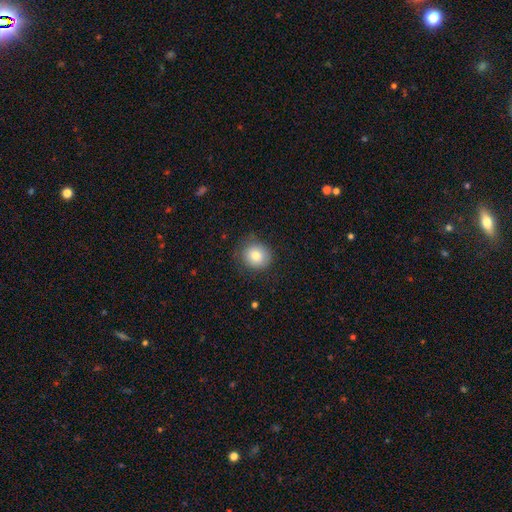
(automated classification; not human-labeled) Morphology: type=smooth (78%); roundness=round (86%); merging=none (77%).